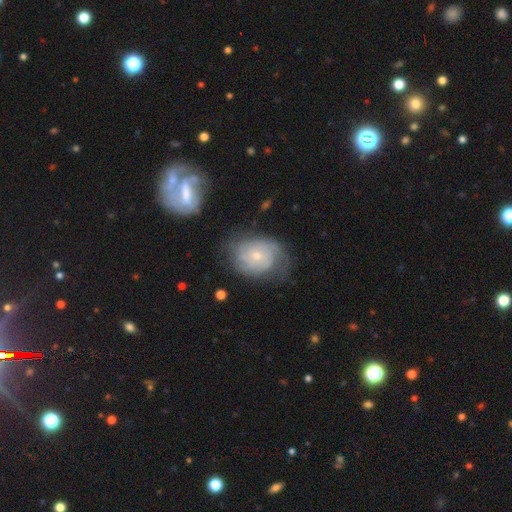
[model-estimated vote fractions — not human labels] Smooth or featured?
  - featured or disk: 70% *
  - smooth: 23%
  - star or artifact: 7%
Edge-on disk?
  - no: 97% *
  - yes: 3%
Bar?
  - no: 77% *
  - weak: 20%
  - strong: 3%
Spiral arms?
  - yes: 88% *
  - no: 12%
Spiral winding?
  - tight: 58% *
  - medium: 30%
  - loose: 12%
Spiral arm count?
  - can't tell: 43% *
  - 2: 25%
  - 3: 15%
  - 4: 8%
  - 1: 5%
  - more than 4: 4%
Bulge size?
  - small: 68% *
  - moderate: 28%
  - none: 1%
  - large: 1%
  - dominant: 1%
Merging?
  - none: 60% *
  - minor disturbance: 24%
  - major disturbance: 13%
  - merger: 3%